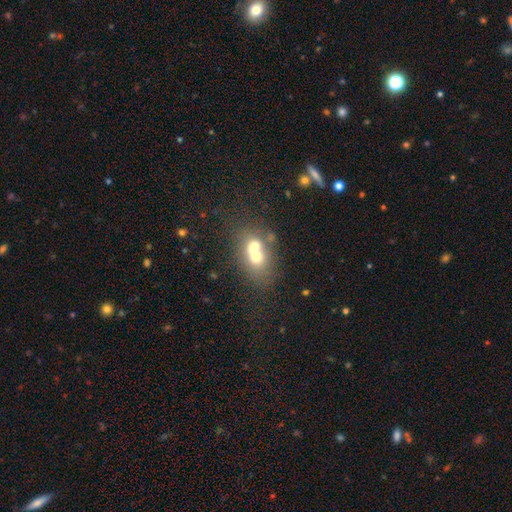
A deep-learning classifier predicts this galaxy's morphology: smooth_or_featured: smooth (p=0.60) [alt: featured or disk p=0.29]
how_rounded: in between (p=0.57) [alt: round p=0.41]
merging: merger (p=0.64) [alt: none p=0.23]